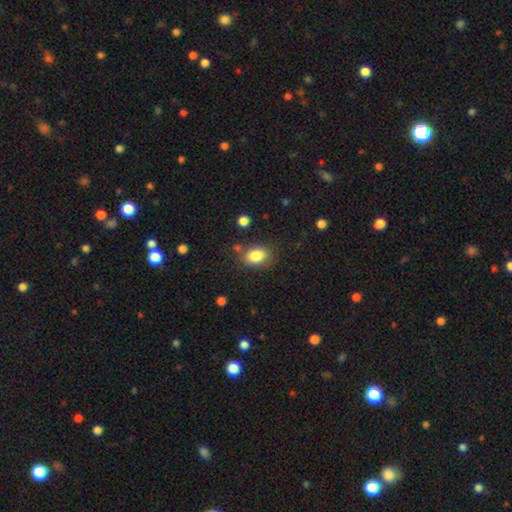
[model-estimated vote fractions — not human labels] Overall: smooth (84%). How rounded: in between (68%; round 31%). Merging: none (77%).